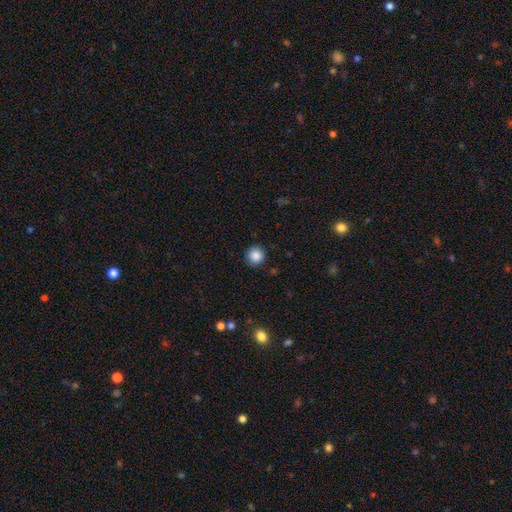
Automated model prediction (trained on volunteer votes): smooth_or_featured: smooth (p=0.87) [alt: star or artifact p=0.10]
how_rounded: round (p=0.94) [alt: in between p=0.05]
merging: none (p=0.90) [alt: minor disturbance p=0.07]